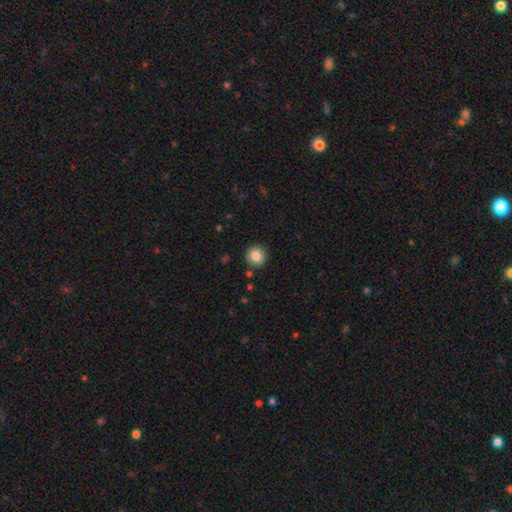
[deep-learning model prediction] Q: Smooth or featured?
A: smooth (86%); runner-up: star or artifact (9%)
Q: How rounded?
A: round (90%); runner-up: in between (9%)
Q: Merging?
A: none (89%); runner-up: minor disturbance (7%)